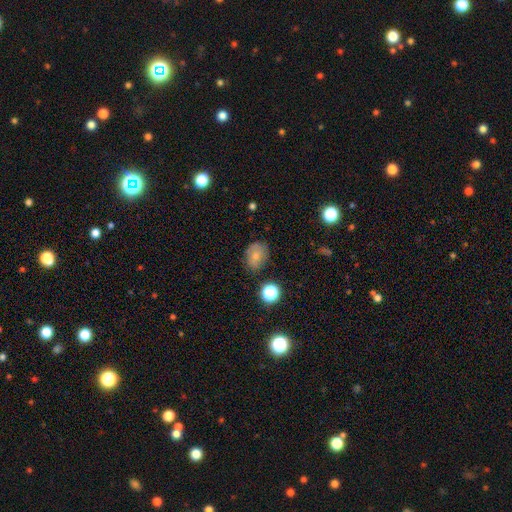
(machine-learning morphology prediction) A smooth galaxy with no disk features (66%) that is in between round and cigar-shaped (51%). Merging: none (72%).